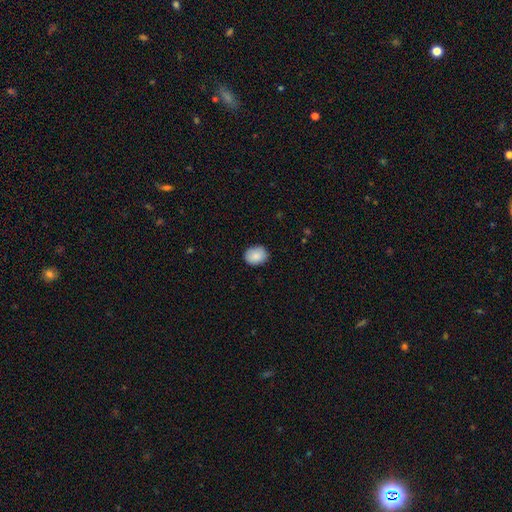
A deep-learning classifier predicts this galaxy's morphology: Q: Smooth or featured?
A: smooth (88%); runner-up: star or artifact (7%)
Q: How rounded?
A: in between (57%); runner-up: round (42%)
Q: Merging?
A: none (85%); runner-up: minor disturbance (11%)